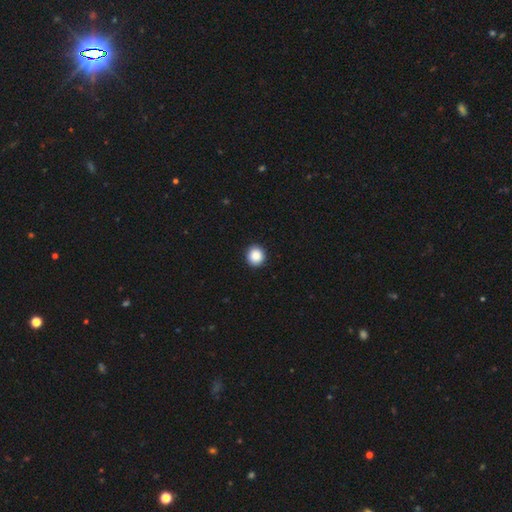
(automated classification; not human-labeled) Q: Smooth or featured?
A: smooth (88%); runner-up: star or artifact (9%)
Q: How rounded?
A: round (91%); runner-up: in between (8%)
Q: Merging?
A: none (93%); runner-up: minor disturbance (5%)